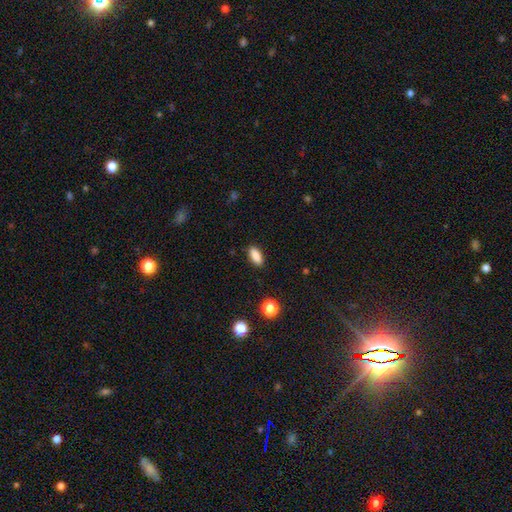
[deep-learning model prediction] Smooth or featured? Predicted: smooth (p=0.87). How rounded? Predicted: in between (p=0.81). Merging? Predicted: none (p=0.88).